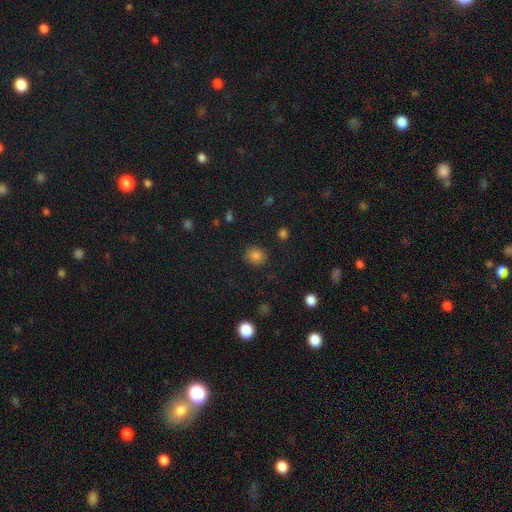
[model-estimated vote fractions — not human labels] smooth-or-featured: smooth: 82% | star or artifact: 13% | featured or disk: 5%
  how-rounded: round: 80% | in between: 19% | cigar-shaped: 1%
  merging: none: 87% | minor disturbance: 9% | major disturbance: 3% | merger: 1%